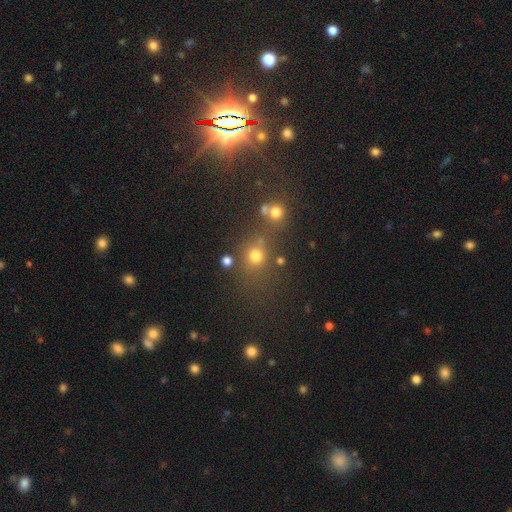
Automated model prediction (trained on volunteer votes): Smooth or featured? Predicted: smooth (p=0.69). How rounded? Predicted: round (p=0.81). Merging? Predicted: none (p=0.64).